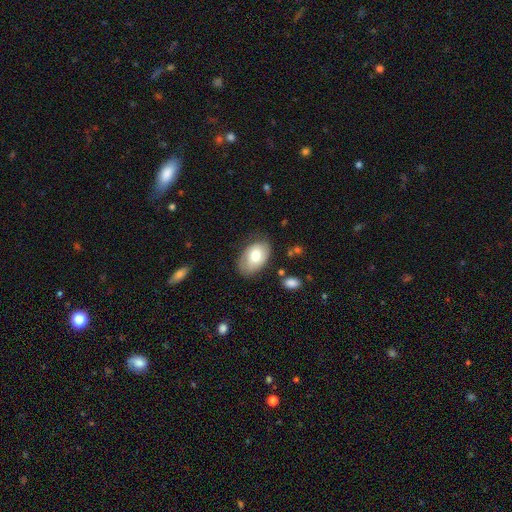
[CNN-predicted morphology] This appears to be a smooth galaxy with no disk features (71%) that is in between round and cigar-shaped (89%). Merging: none (70%).